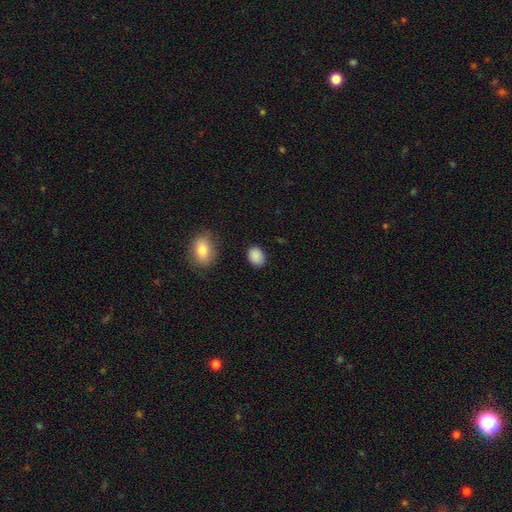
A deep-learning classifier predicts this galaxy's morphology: Smooth or featured? smooth (88%)
How rounded? in between (65%)
Merging? none (85%)